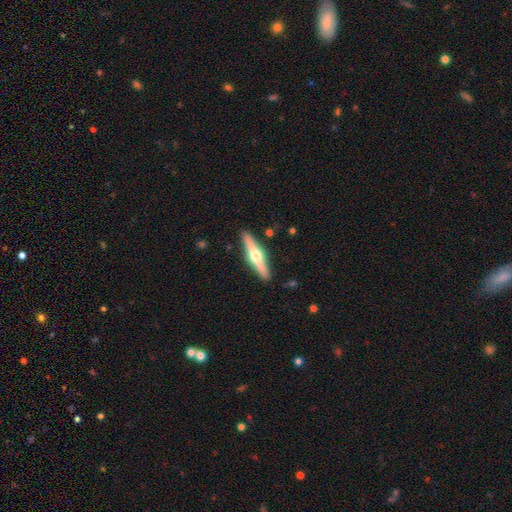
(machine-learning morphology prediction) Smooth or featured?
  - featured or disk: 71% *
  - smooth: 24%
  - star or artifact: 5%
Edge-on disk?
  - yes: 97% *
  - no: 3%
Edge-on bulge?
  - rounded: 96% *
  - boxy: 2%
  - none: 2%
Merging?
  - none: 91% *
  - minor disturbance: 7%
  - major disturbance: 1%
  - merger: 1%